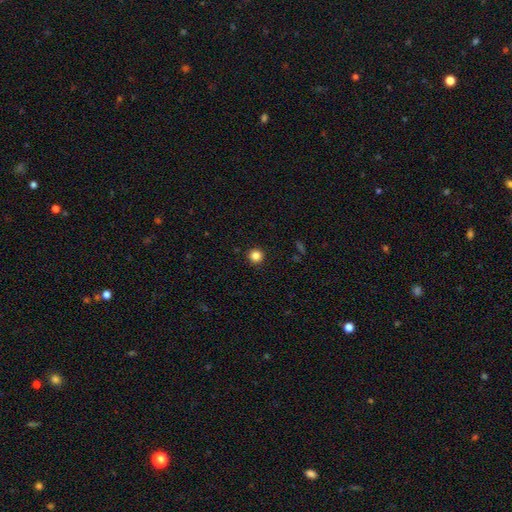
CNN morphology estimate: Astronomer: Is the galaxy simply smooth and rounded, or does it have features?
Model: smooth — 85%.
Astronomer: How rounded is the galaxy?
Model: round — 95%.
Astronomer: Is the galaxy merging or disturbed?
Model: none — 93%.